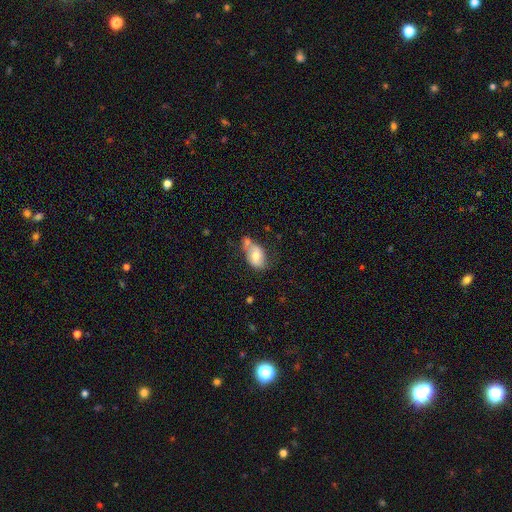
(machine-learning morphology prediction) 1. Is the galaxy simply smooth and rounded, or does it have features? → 64% smooth, 29% featured or disk, 8% star or artifact.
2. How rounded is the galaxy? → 85% in between, 13% round, 2% cigar-shaped.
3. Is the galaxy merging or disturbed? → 37% none, 33% merger, 22% minor disturbance, 8% major disturbance.